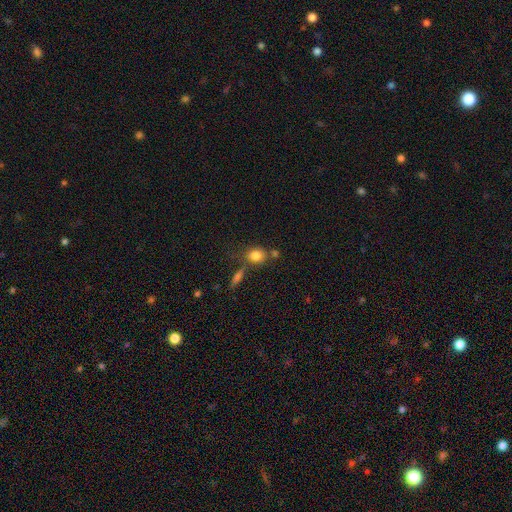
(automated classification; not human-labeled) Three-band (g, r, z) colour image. It shows a smooth galaxy with no disk features (80%) that is round (59%). Merging: none (62%).